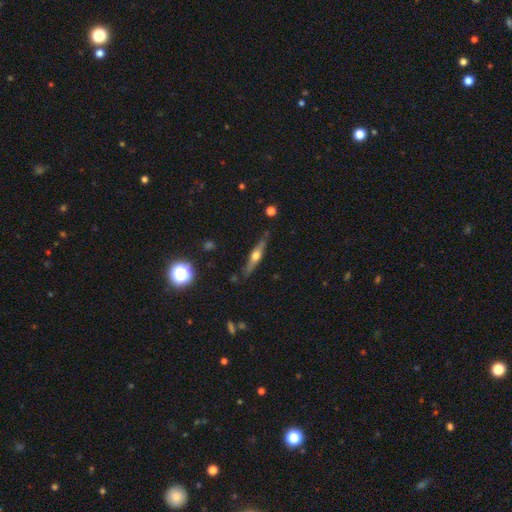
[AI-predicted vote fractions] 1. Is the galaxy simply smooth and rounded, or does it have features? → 66% featured or disk, 27% smooth, 7% star or artifact.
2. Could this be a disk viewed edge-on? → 96% yes, 4% no.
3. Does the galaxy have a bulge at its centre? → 92% rounded, 4% boxy, 4% none.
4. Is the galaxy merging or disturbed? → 84% none, 12% minor disturbance, 2% major disturbance, 2% merger.